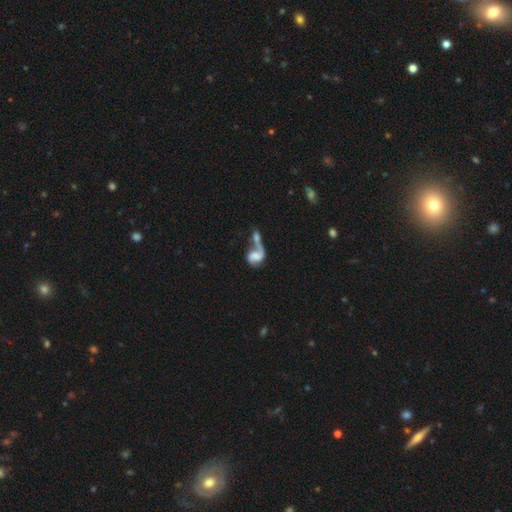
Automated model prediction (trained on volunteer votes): smooth-or-featured: featured or disk: 60% | smooth: 32% | star or artifact: 9%
  disk-edge-on: no: 96% | yes: 4%
    bar: no: 52% | weak: 33% | strong: 14%
    has-spiral-arms: yes: 79% | no: 21%
    bulge-size: none: 43% | small: 22% | moderate: 18% | large: 13% | dominant: 4%
  merging: merger: 59% | major disturbance: 16% | none: 16% | minor disturbance: 8%